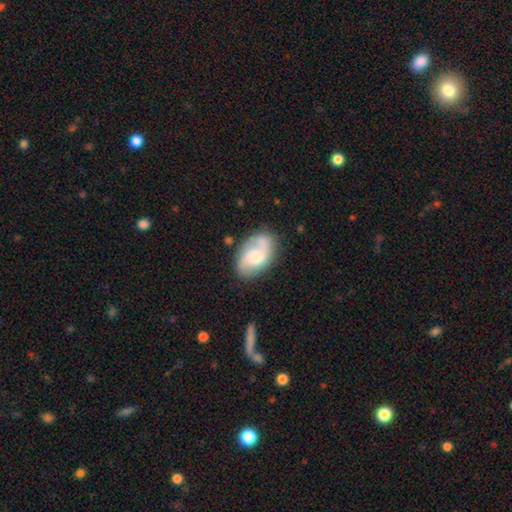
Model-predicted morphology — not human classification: Smooth or featured? Predicted: featured or disk (p=0.66). Edge-on disk? Predicted: no (p=0.97). Bar? Predicted: no (p=0.58). Spiral arms? Predicted: yes (p=0.91). Spiral winding? Predicted: medium (p=0.47). Spiral arm count? Predicted: 2 (p=0.78). Bulge size? Predicted: moderate (p=0.45). Merging? Predicted: none (p=0.68).